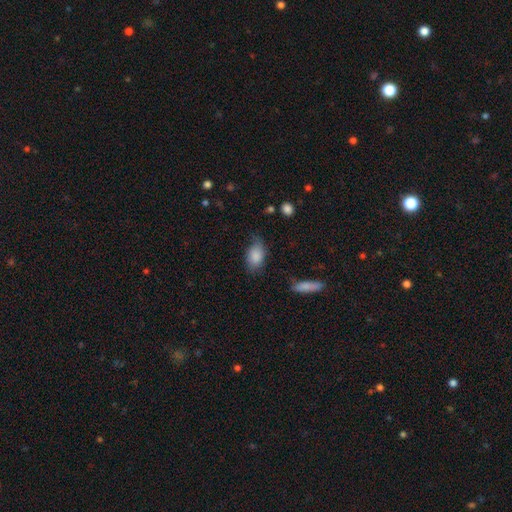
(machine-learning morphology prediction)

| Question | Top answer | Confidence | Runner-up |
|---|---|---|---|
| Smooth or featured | smooth | 84% | featured or disk (9%) |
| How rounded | in between | 88% | round (10%) |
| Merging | none | 57% | minor disturbance (31%) |